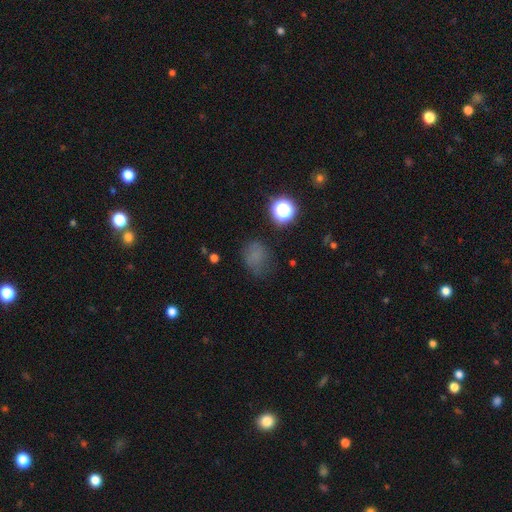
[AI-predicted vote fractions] This appears to be a smooth galaxy with no disk features (66%) that is round (52%). Merging: none (61%).